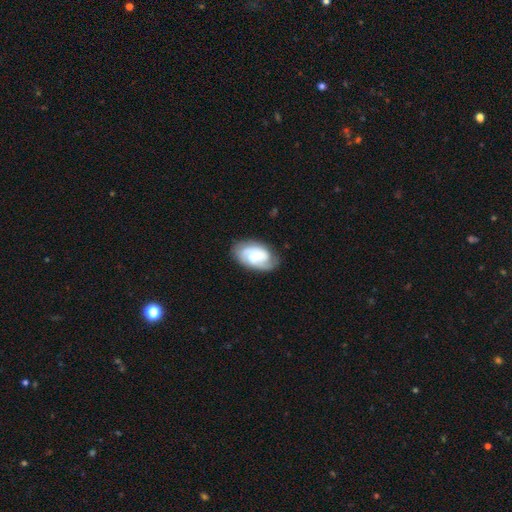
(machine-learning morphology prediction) Smooth or featured: featured or disk — 65% (smooth — 29%)
Edge-on disk: no — 96% (yes — 4%)
Bar: no — 63% (weak — 30%)
Spiral arms: yes — 91% (no — 9%)
Spiral winding: tight — 52% (medium — 36%)
Spiral arm count: 2 — 44% (can't tell — 26%)
Bulge size: small — 57% (moderate — 34%)
Merging: none — 76% (minor disturbance — 18%)